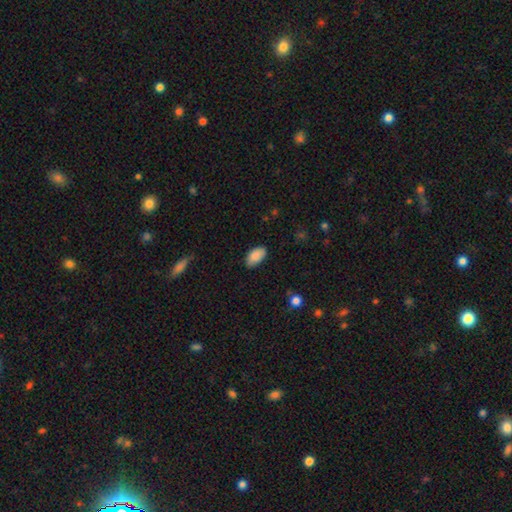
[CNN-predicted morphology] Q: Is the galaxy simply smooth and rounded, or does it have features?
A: smooth — 88%.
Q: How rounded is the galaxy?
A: in between — 95%.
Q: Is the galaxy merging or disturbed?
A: none — 79%.